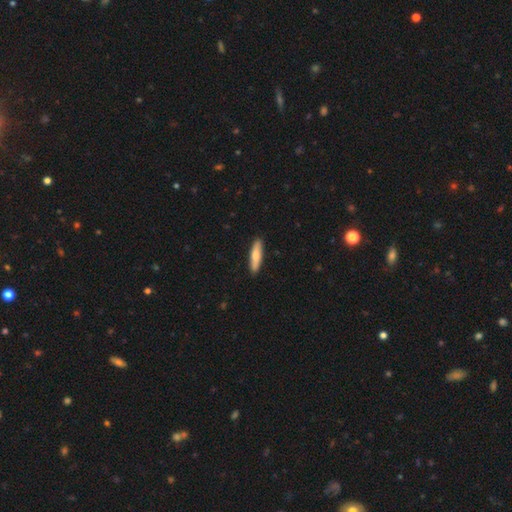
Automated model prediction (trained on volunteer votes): Smooth or featured? smooth (71%)
How rounded? cigar-shaped (78%)
Merging? none (90%)